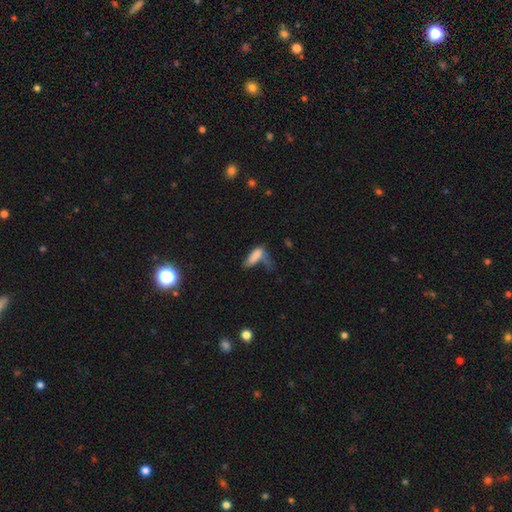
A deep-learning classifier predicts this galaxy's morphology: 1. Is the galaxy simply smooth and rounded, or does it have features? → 72% smooth, 16% featured or disk, 11% star or artifact.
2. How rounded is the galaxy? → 63% in between, 34% cigar-shaped, 3% round.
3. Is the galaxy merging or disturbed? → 40% major disturbance, 23% none, 22% minor disturbance, 15% merger.